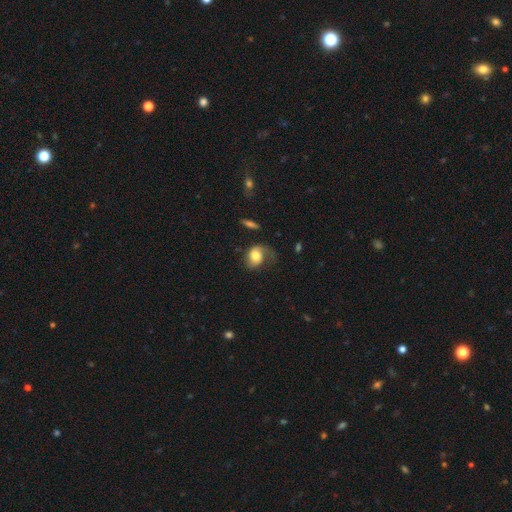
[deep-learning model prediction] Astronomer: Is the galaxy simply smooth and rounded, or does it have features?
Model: smooth — 57% (runner-up: featured or disk, 36%).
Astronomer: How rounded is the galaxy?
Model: in between — 53% (runner-up: round, 45%).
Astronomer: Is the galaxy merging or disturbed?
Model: none — 38% (runner-up: major disturbance, 33%).